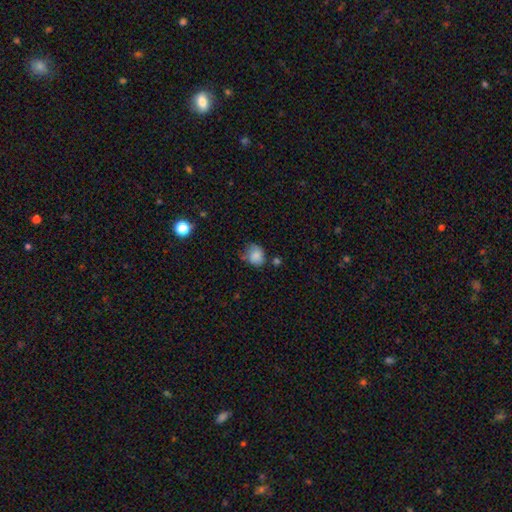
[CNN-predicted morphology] Smooth or featured? smooth (83%)
How rounded? round (64%)
Merging? none (52%)